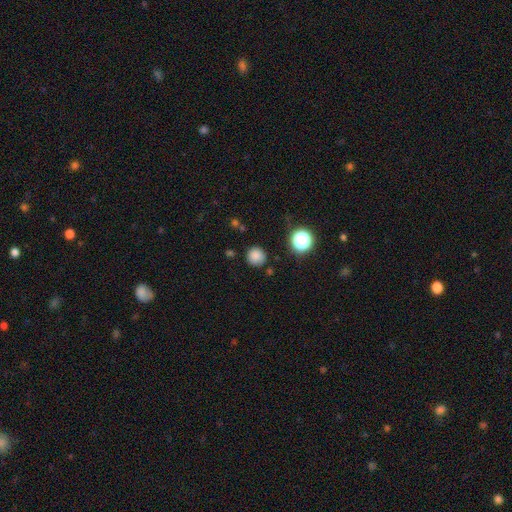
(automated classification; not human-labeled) A smooth galaxy with no disk features (81%) that is round (93%).

Vote fractions:
- Smooth or featured? smooth: 81% / star or artifact: 14% / featured or disk: 4%
- How rounded? round: 93% / in between: 6% / cigar-shaped: 1%
- Merging? none: 85% / minor disturbance: 10% / major disturbance: 3% / merger: 2%